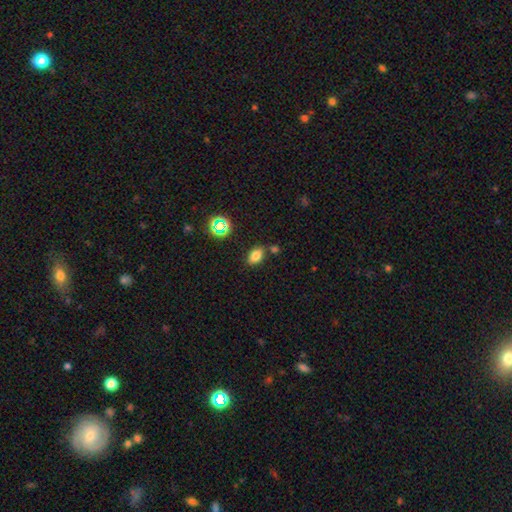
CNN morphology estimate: Smooth or featured? smooth (77%)
How rounded? in between (85%)
Merging? none (75%)